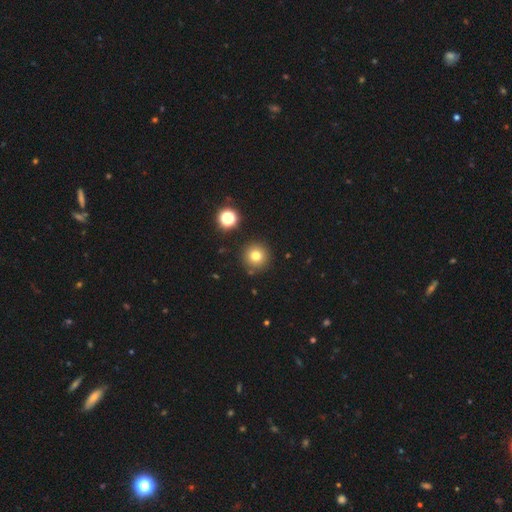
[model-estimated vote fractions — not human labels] A smooth galaxy with no disk features (76%) that is round (95%).

Vote fractions:
- Smooth or featured? smooth: 76% / star or artifact: 15% / featured or disk: 9%
- How rounded? round: 95% / in between: 4% / cigar-shaped: 1%
- Merging? none: 88% / minor disturbance: 6% / merger: 4% / major disturbance: 2%